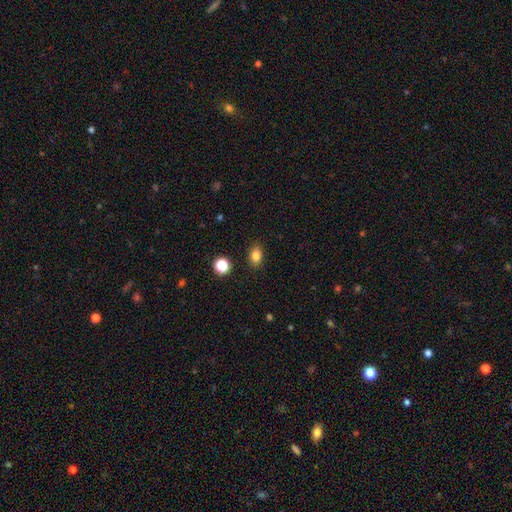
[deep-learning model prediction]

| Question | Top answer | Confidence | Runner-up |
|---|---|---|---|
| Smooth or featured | smooth | 82% | star or artifact (11%) |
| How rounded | in between | 78% | round (20%) |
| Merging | none | 87% | minor disturbance (9%) |